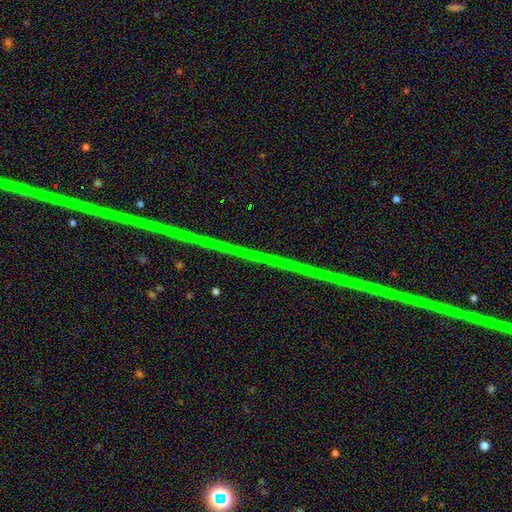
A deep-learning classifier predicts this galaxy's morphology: smooth-or-featured: star or artifact: 79% | featured or disk: 14% | smooth: 7%